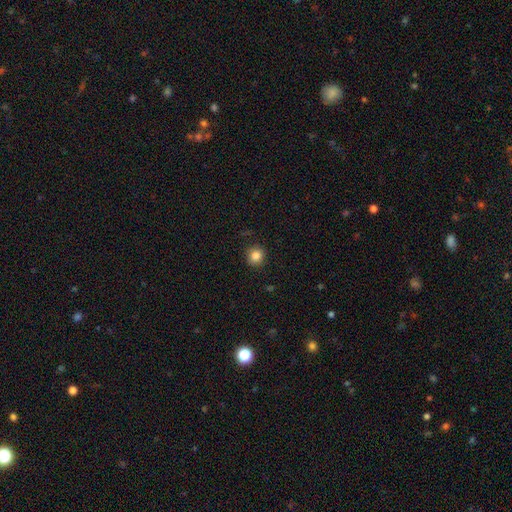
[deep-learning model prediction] smooth_or_featured: smooth (p=0.85) [alt: star or artifact p=0.11]
how_rounded: round (p=0.88) [alt: in between p=0.11]
merging: none (p=0.90) [alt: minor disturbance p=0.07]